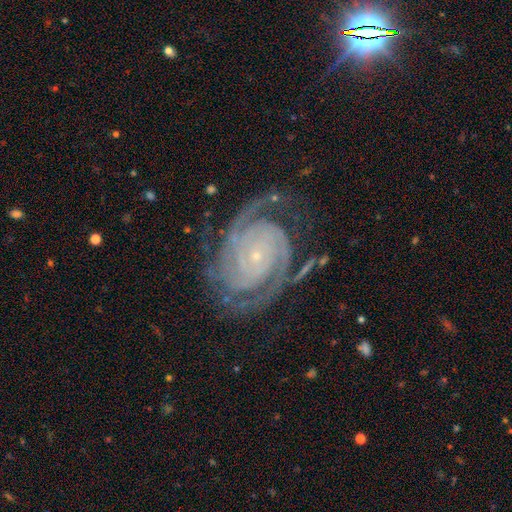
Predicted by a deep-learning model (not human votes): This is clearly a featured or disk galaxy (92%). It is clearly not viewed edge-on (98%). Bar: likely no (74%). Spiral arm pattern: clearly yes (99%). Spiral arm count: possibly 2 (46%). Spiral winding: likely tight (80%). Central bulge: clearly small (88%). Merging: likely none (75%).